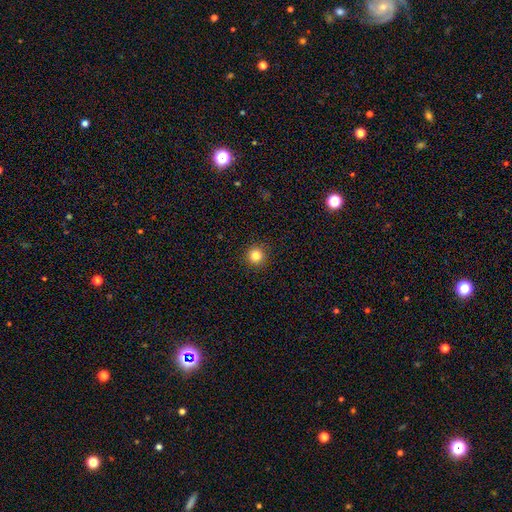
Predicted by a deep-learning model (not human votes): This is clearly a smooth galaxy (83%). How rounded: clearly round (96%). Merging: clearly none (93%).